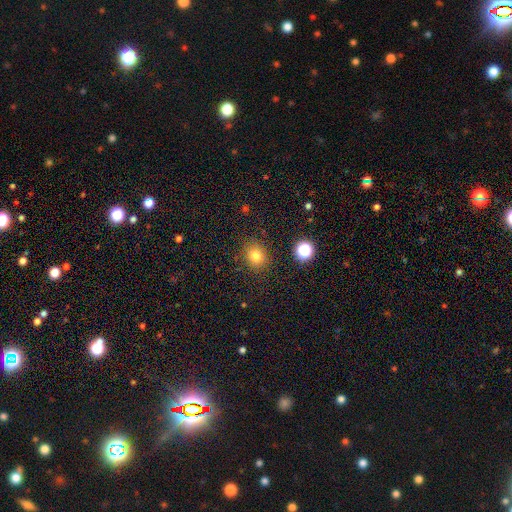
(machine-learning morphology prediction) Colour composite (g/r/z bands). It shows a smooth galaxy with no disk features (79%) that is round (73%). Merging: none (85%).